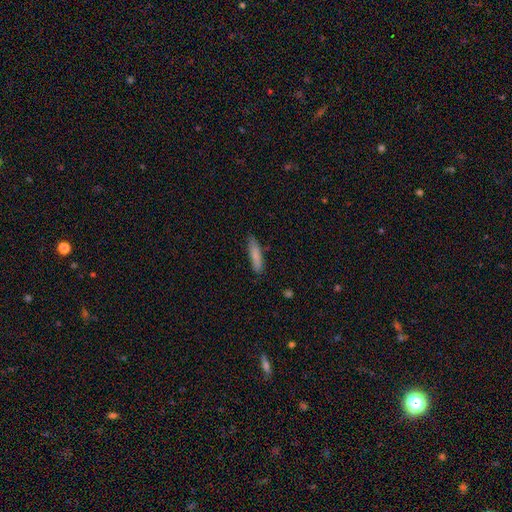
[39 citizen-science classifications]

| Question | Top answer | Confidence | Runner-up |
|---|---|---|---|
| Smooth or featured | smooth | 85% | star or artifact (10%) |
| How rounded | cigar-shaped | 85% | in between (15%) |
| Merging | none | 89% | minor disturbance (9%) |